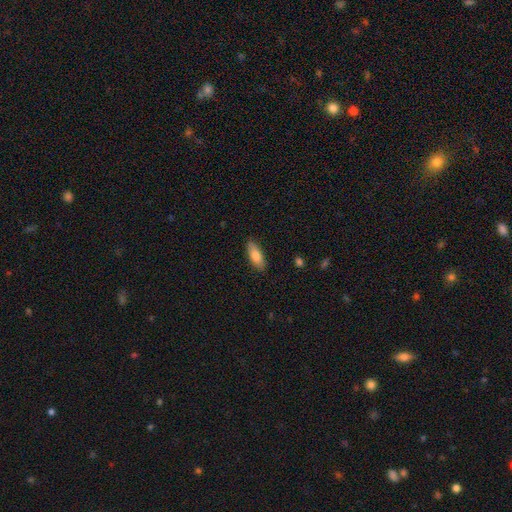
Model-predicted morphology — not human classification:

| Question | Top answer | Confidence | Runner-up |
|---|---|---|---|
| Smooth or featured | smooth | 79% | featured or disk (15%) |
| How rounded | in between | 69% | cigar-shaped (29%) |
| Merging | none | 87% | minor disturbance (10%) |